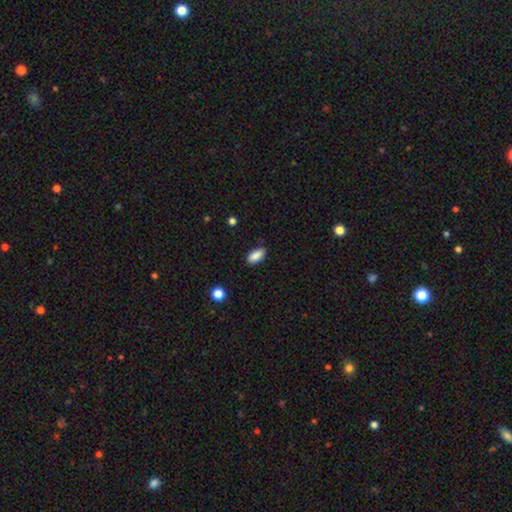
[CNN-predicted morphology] Smooth or featured? Predicted: smooth (p=0.88). How rounded? Predicted: in between (p=0.90). Merging? Predicted: none (p=0.85).